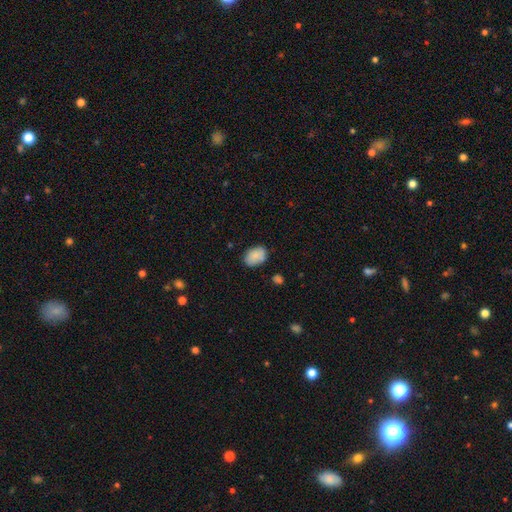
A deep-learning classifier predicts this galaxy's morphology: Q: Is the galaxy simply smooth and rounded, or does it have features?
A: smooth — 87%.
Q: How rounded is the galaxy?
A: in between — 81%.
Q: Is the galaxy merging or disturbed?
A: none — 76%.